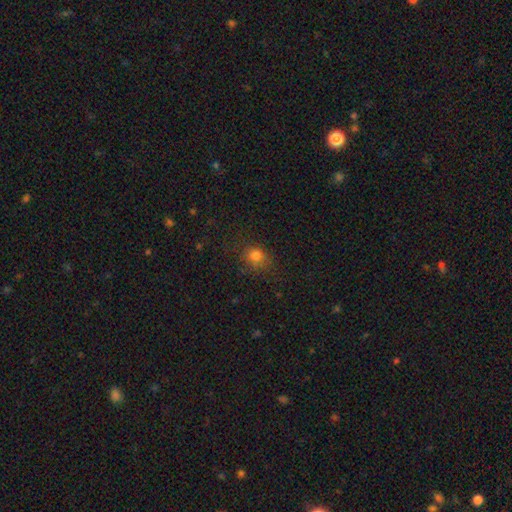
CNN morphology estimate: smooth-or-featured: smooth: 77% | star or artifact: 16% | featured or disk: 7%
  how-rounded: round: 77% | in between: 22% | cigar-shaped: 1%
  merging: none: 76% | minor disturbance: 15% | major disturbance: 7% | merger: 2%